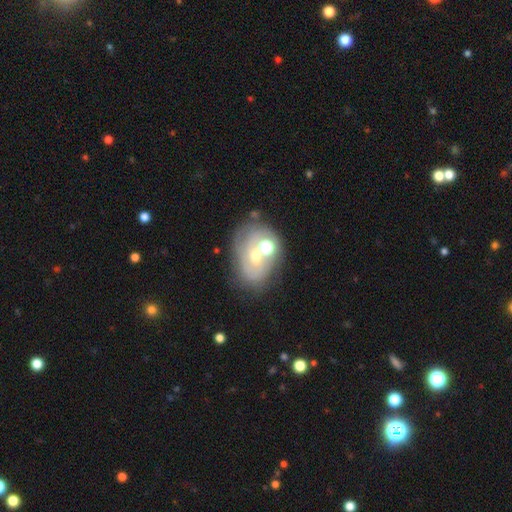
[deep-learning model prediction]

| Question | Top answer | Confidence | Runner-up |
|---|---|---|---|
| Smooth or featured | featured or disk | 55% | smooth (30%) |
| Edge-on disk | no | 96% | yes (4%) |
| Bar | no | 78% | weak (17%) |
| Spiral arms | no | 51% | yes (49%) |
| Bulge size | moderate | 57% | small (33%) |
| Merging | none | 48% | merger (23%) |